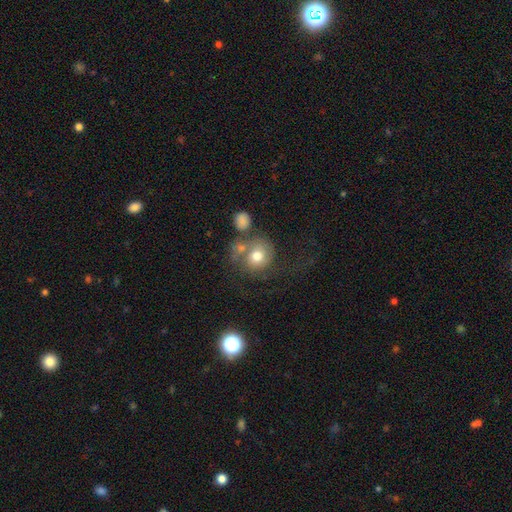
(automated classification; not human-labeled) This is possibly a smooth galaxy (57%). How rounded: clearly round (81%). Merging: marginally none (38%).